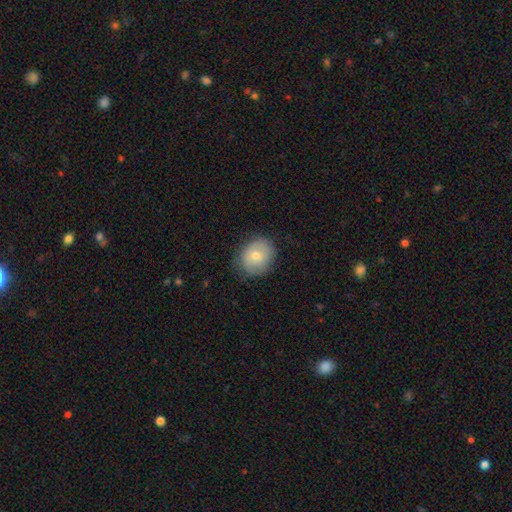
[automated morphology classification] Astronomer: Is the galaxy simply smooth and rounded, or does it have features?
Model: smooth — 67%.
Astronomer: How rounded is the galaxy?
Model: round — 62%.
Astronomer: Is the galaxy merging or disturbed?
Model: none — 78%.